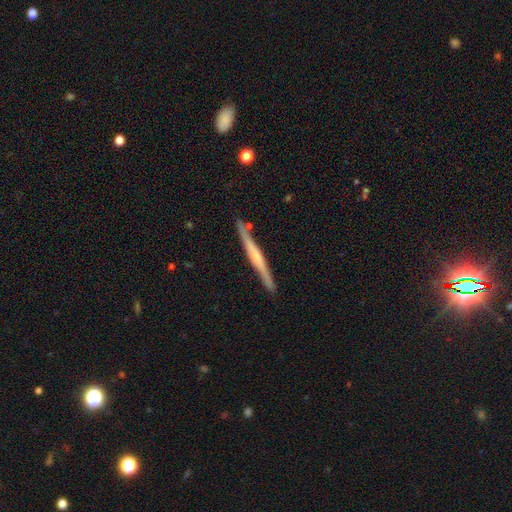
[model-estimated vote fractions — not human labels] Smooth or featured?
  - featured or disk: 67% *
  - smooth: 28%
  - star or artifact: 5%
Edge-on disk?
  - yes: 97% *
  - no: 3%
Edge-on bulge?
  - rounded: 50% *
  - none: 35%
  - boxy: 15%
Merging?
  - none: 85% *
  - minor disturbance: 11%
  - merger: 2%
  - major disturbance: 2%